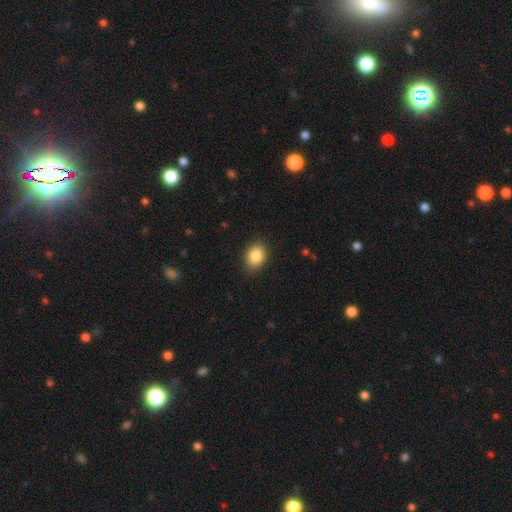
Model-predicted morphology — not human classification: smooth_or_featured: smooth (p=0.86) [alt: star or artifact p=0.09]
how_rounded: in between (p=0.61) [alt: round p=0.38]
merging: none (p=0.87) [alt: minor disturbance p=0.10]